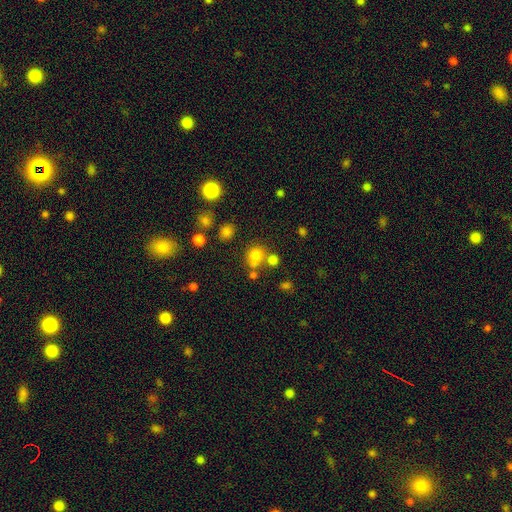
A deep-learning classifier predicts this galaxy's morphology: Smooth or featured?
  - smooth: 74% *
  - star or artifact: 17%
  - featured or disk: 9%
How rounded?
  - round: 80% *
  - in between: 19%
  - cigar-shaped: 1%
Merging?
  - none: 60% *
  - merger: 24%
  - minor disturbance: 12%
  - major disturbance: 5%